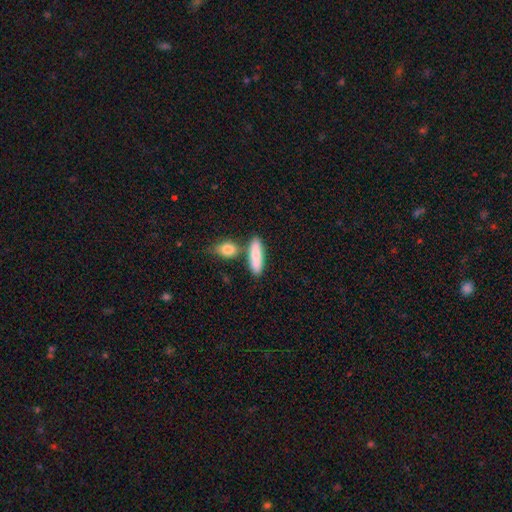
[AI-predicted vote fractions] A smooth galaxy with no disk features (80%) that is cigar-shaped (48%, tied with in between).

Vote fractions:
- Smooth or featured? smooth: 80% / featured or disk: 14% / star or artifact: 6%
- How rounded? cigar-shaped: 48% (tied) / in between: 48% (tied) / round: 3%
- Merging? none: 63% / merger: 21% / minor disturbance: 12% / major disturbance: 3%